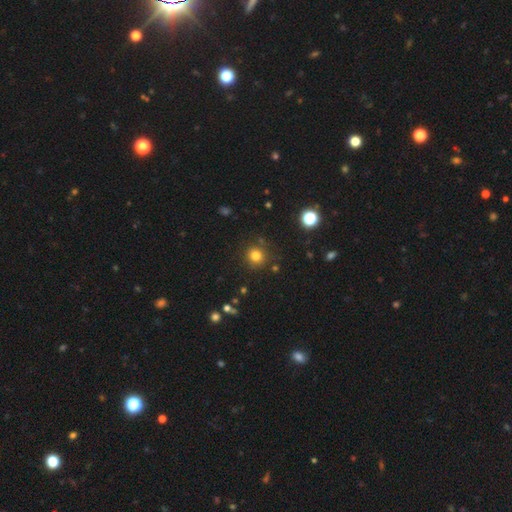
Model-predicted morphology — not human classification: Smooth or featured: smooth — 79% (star or artifact — 15%)
How rounded: round — 91% (in between — 8%)
Merging: none — 85% (minor disturbance — 9%)